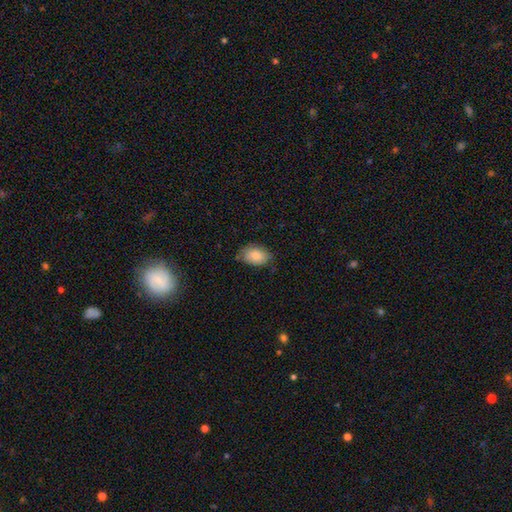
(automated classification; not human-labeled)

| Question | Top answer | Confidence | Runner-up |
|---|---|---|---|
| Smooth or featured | smooth | 84% | featured or disk (8%) |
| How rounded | in between | 87% | round (11%) |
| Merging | none | 75% | minor disturbance (21%) |